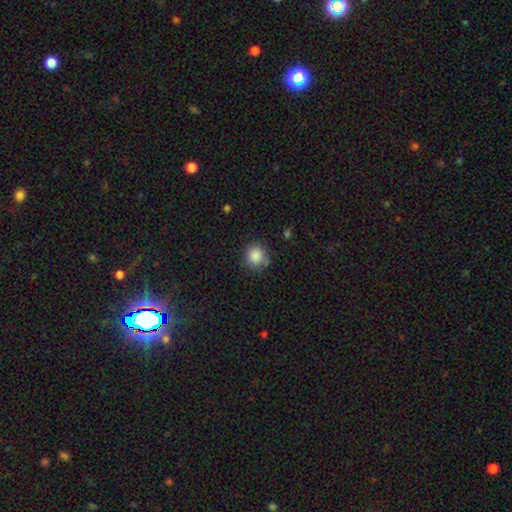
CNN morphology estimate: Smooth or featured? smooth (87%)
How rounded? round (88%)
Merging? none (78%)